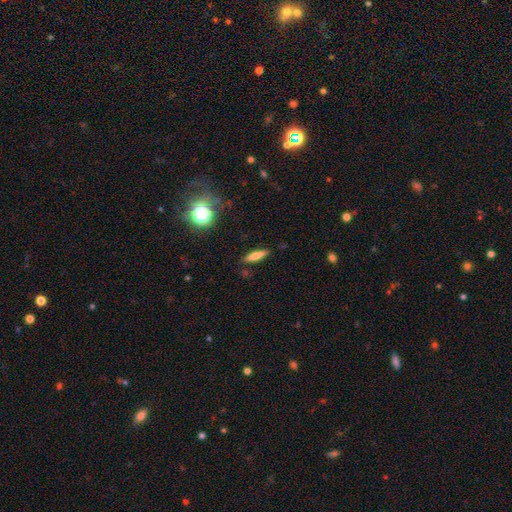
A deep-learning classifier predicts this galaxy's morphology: Smooth or featured: smooth — 67% (featured or disk — 23%)
How rounded: cigar-shaped — 76% (in between — 21%)
Merging: none — 85% (minor disturbance — 10%)